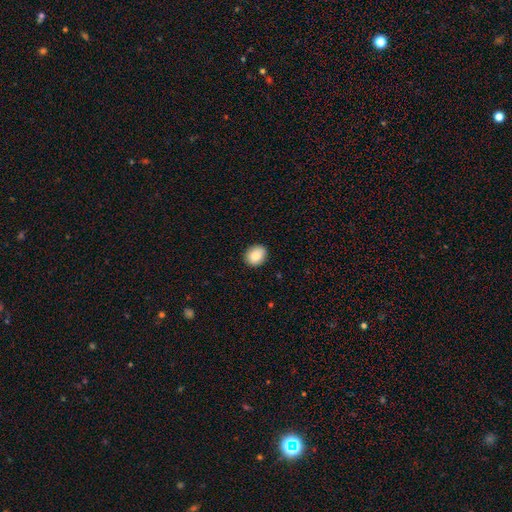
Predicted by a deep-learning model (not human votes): Q: Smooth or featured?
A: smooth (87%); runner-up: star or artifact (8%)
Q: How rounded?
A: round (54%); runner-up: in between (45%)
Q: Merging?
A: none (87%); runner-up: minor disturbance (10%)